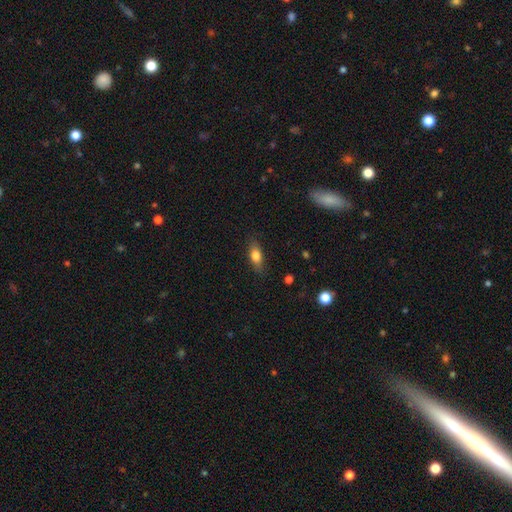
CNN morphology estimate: Smooth or featured? Predicted: smooth (p=0.72). How rounded? Predicted: in between (p=0.71). Merging? Predicted: none (p=0.82).